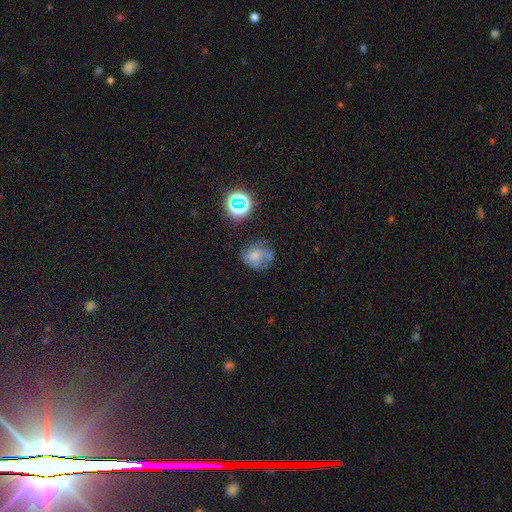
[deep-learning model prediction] Smooth or featured? smooth (43%)
Merging? none (50%)